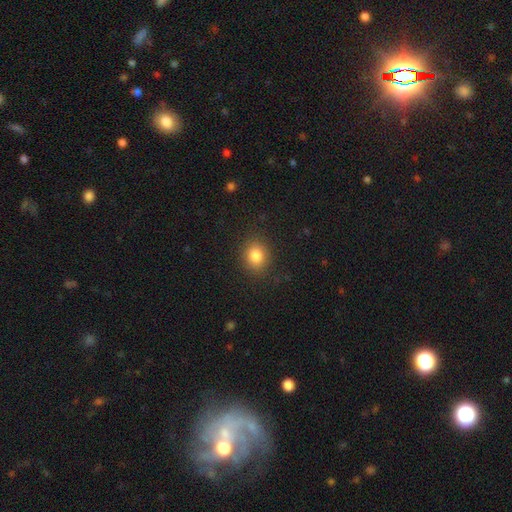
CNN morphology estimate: Smooth or featured? Predicted: smooth (p=0.83). How rounded? Predicted: round (p=0.67). Merging? Predicted: none (p=0.86).